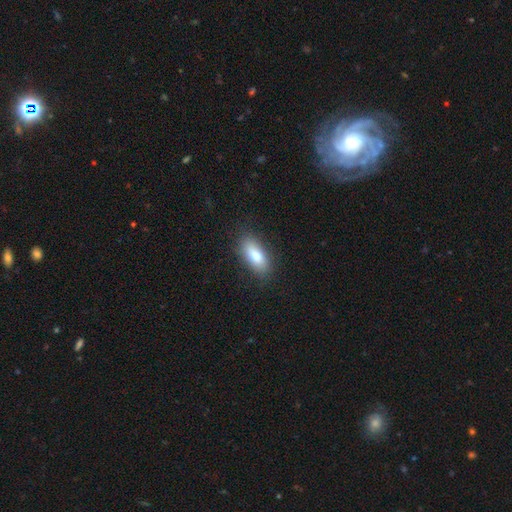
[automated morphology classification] Smooth or featured? smooth (79%)
How rounded? in between (83%)
Merging? none (84%)